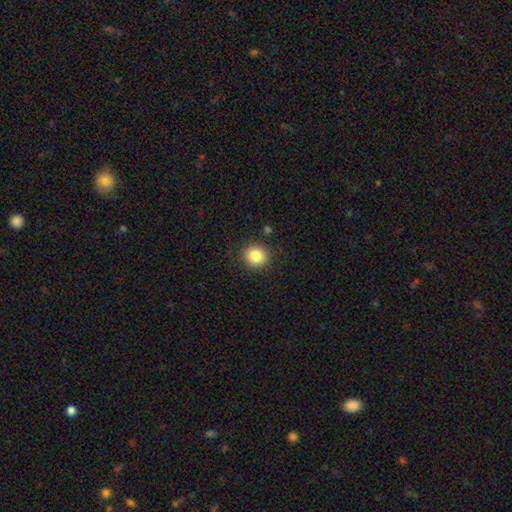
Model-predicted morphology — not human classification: smooth-or-featured: smooth: 84% | star or artifact: 10% | featured or disk: 6%
  how-rounded: round: 89% | in between: 10% | cigar-shaped: 1%
  merging: none: 89% | minor disturbance: 7% | major disturbance: 2% | merger: 2%